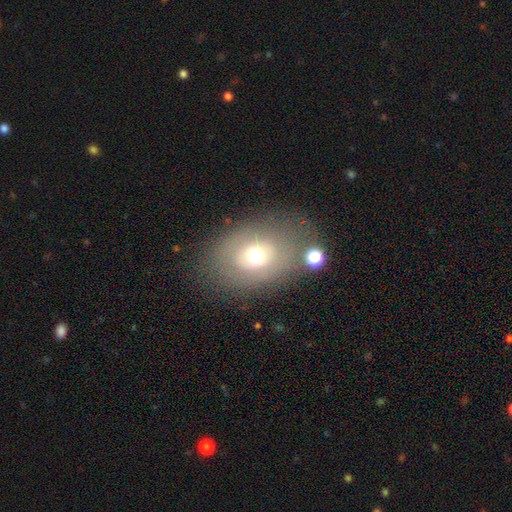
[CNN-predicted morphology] The model was most divided on "smooth or featured": smooth: 60%, featured or disk: 29%, star or artifact: 11%. More confident: how rounded — in between (72%); merging — none (71%).